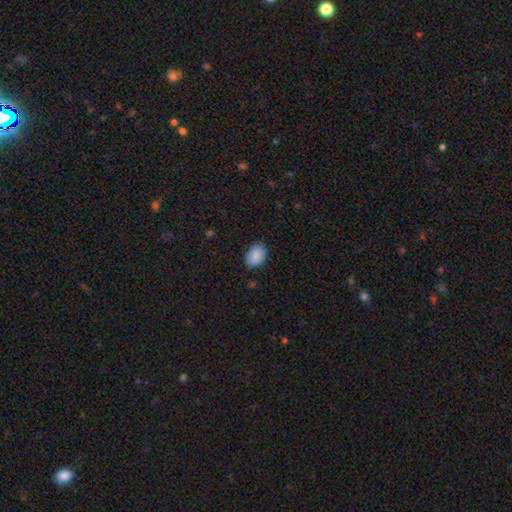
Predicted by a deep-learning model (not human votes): Smooth or featured? smooth (89%)
How rounded? in between (85%)
Merging? none (84%)